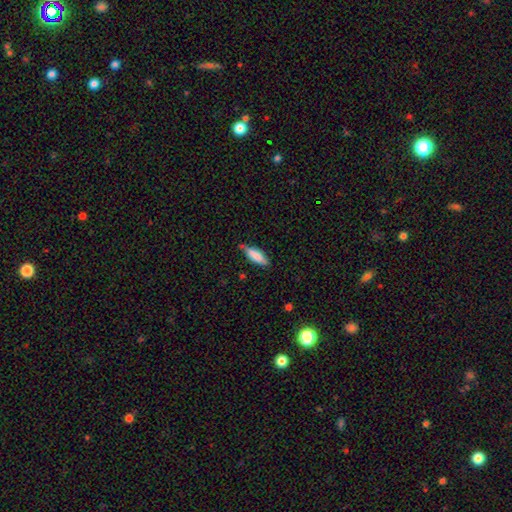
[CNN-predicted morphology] smooth 78%, featured or disk 16%, star or artifact 6%. Down the decision tree: how rounded — cigar-shaped (50%); merging — none (69%).